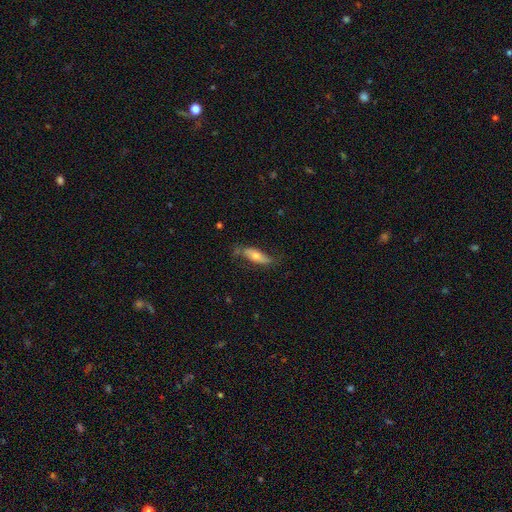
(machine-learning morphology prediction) Overall: featured or disk (50%; smooth 42%). Merging: none (66%).